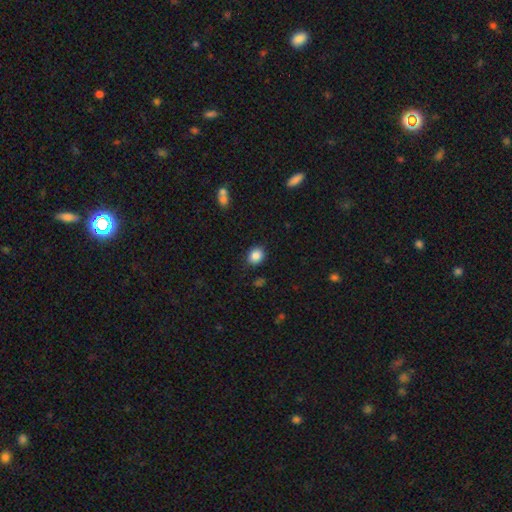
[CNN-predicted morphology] smooth_or_featured: smooth (p=0.87) [alt: star or artifact p=0.09]
how_rounded: round (p=0.61) [alt: in between p=0.38]
merging: none (p=0.85) [alt: minor disturbance p=0.10]